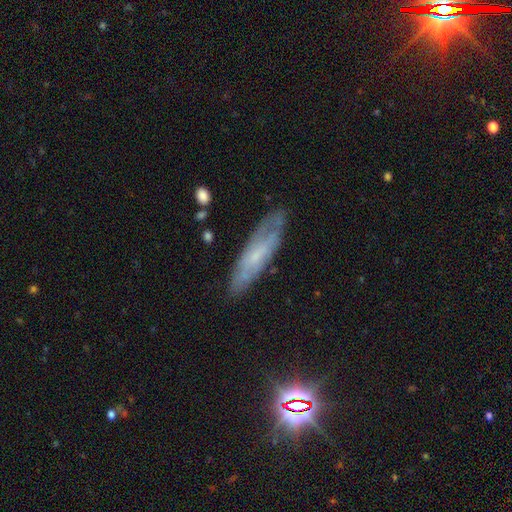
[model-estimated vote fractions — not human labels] The model was most divided on "smooth or featured": featured or disk: 54%, smooth: 37%, star or artifact: 9%. More confident: merging — none (75%); edge-on disk — no (61%).